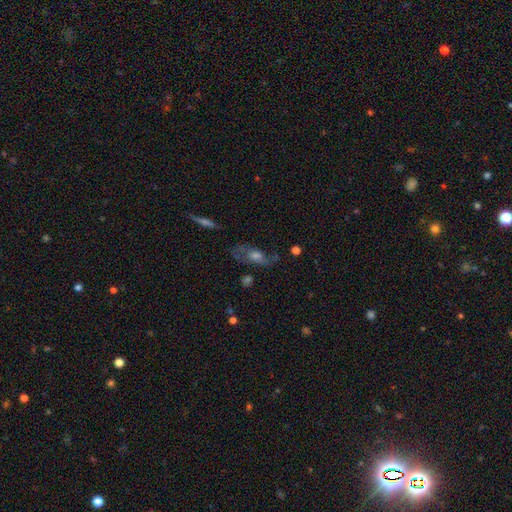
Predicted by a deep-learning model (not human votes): Smooth or featured: featured or disk — 53% (smooth — 31%)
Edge-on disk: no — 75% (yes — 25%)
Merging: none — 54% (minor disturbance — 21%)